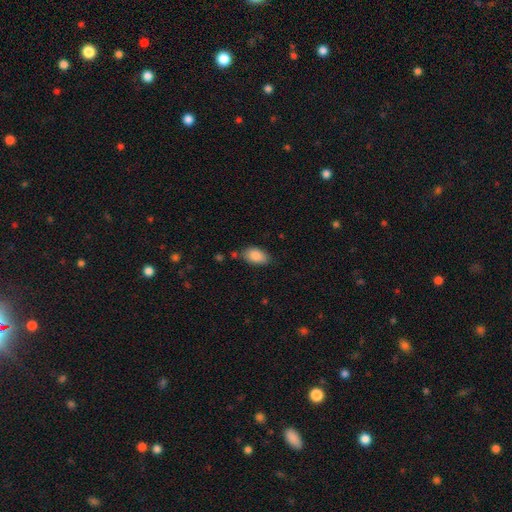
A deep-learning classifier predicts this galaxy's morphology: This appears to be a smooth galaxy with no disk features (87%) that is in between round and cigar-shaped (92%). Merging: none (74%).